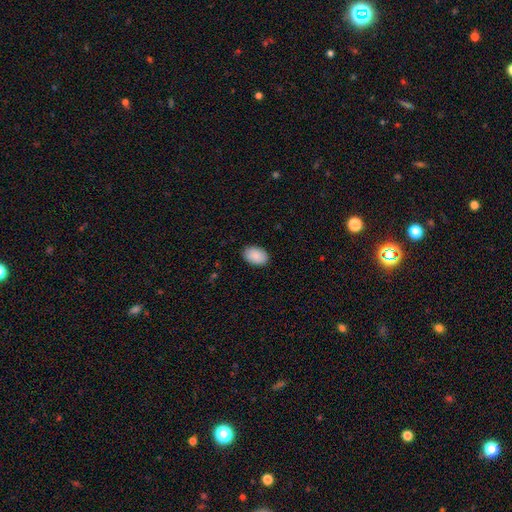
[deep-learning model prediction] Q: Smooth or featured?
A: smooth (91%); runner-up: star or artifact (6%)
Q: How rounded?
A: in between (89%); runner-up: round (10%)
Q: Merging?
A: none (89%); runner-up: minor disturbance (8%)